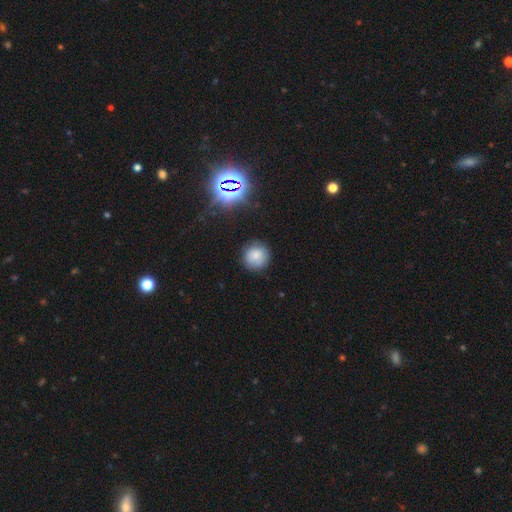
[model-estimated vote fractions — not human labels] Overall: smooth (76%). How rounded: round (92%). Merging: none (84%).